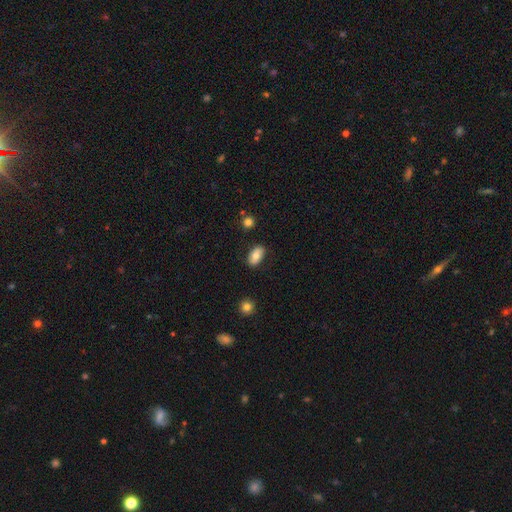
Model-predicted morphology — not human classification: smooth_or_featured: smooth (p=0.78) [alt: featured or disk p=0.15]
how_rounded: in between (p=0.92) [alt: round p=0.06]
merging: none (p=0.81) [alt: minor disturbance p=0.14]